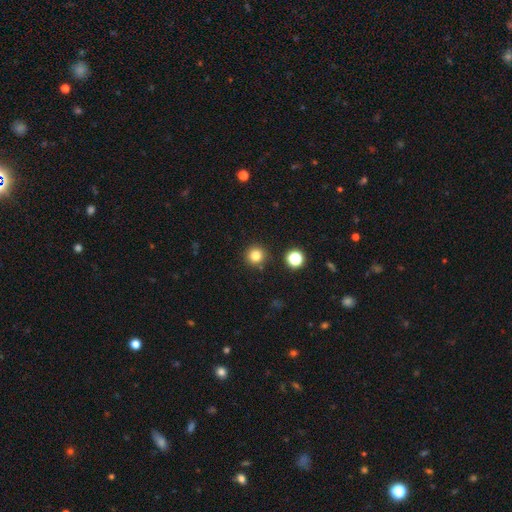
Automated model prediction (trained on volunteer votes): Overall: smooth (81%). How rounded: round (95%). Merging: none (89%).